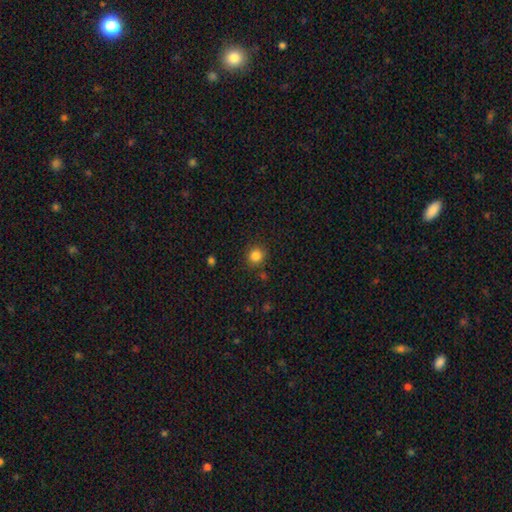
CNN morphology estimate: A smooth galaxy with no disk features (84%) that is round (90%).

Vote fractions:
- Smooth or featured? smooth: 84% / star or artifact: 12% / featured or disk: 4%
- How rounded? round: 90% / in between: 9% / cigar-shaped: 1%
- Merging? none: 87% / minor disturbance: 8% / merger: 3% / major disturbance: 3%